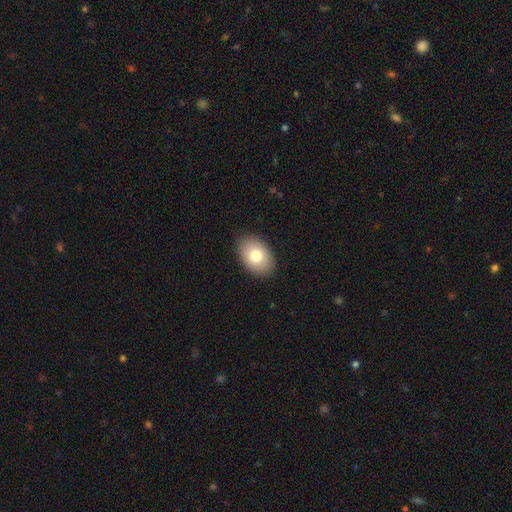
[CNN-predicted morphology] This is likely a smooth galaxy (78%). How rounded: clearly in between (86%). Merging: clearly none (88%).